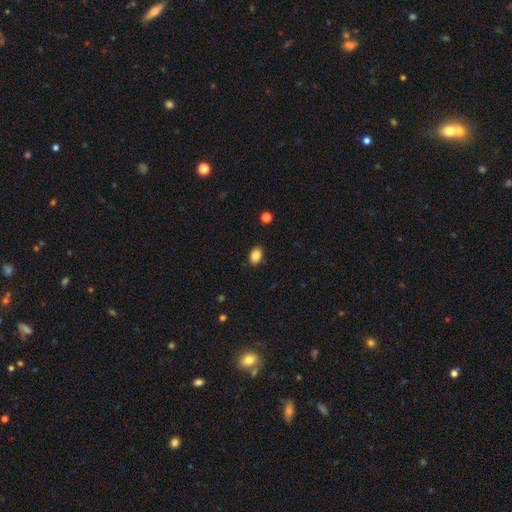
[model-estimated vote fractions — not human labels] smooth_or_featured: smooth (p=0.85) [alt: star or artifact p=0.09]
how_rounded: in between (p=0.71) [alt: round p=0.28]
merging: none (p=0.88) [alt: minor disturbance p=0.09]